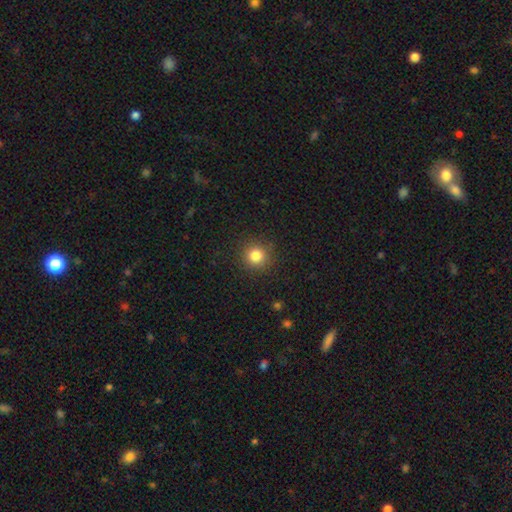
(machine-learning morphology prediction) This appears to be a smooth galaxy with no disk features (82%) that is round (94%). Merging: none (90%).